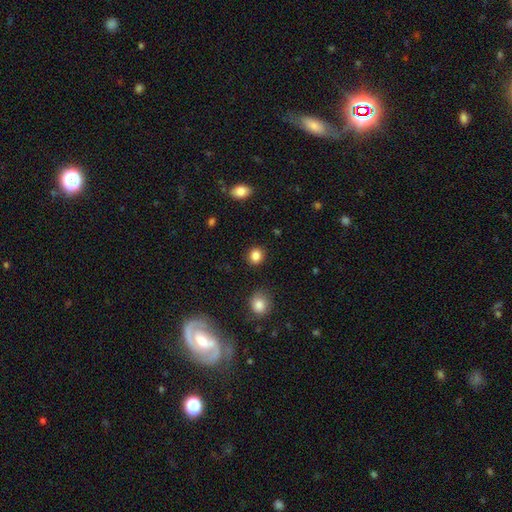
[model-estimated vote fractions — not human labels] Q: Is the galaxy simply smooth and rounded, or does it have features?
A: smooth — 86%.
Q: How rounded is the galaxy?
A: round — 80%.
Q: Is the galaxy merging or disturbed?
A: none — 89%.